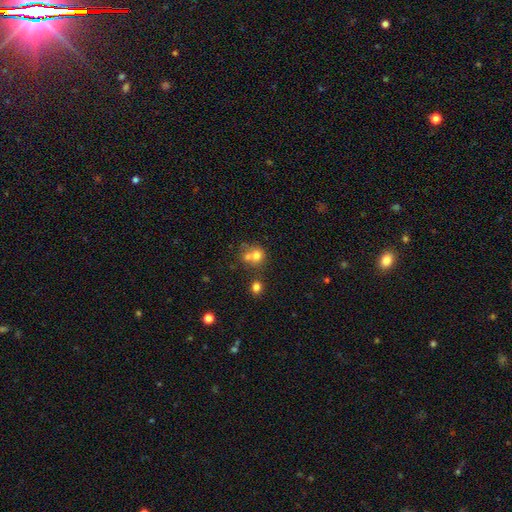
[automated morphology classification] This is likely a smooth galaxy (71%). How rounded: likely round (77%). Merging: possibly merger (50%).